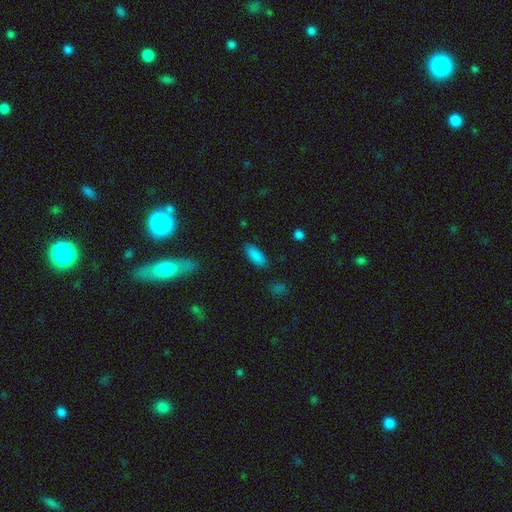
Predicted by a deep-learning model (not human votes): smooth_or_featured: smooth (p=0.87) [alt: star or artifact p=0.08]
how_rounded: in between (p=0.82) [alt: cigar-shaped p=0.16]
merging: none (p=0.86) [alt: minor disturbance p=0.10]